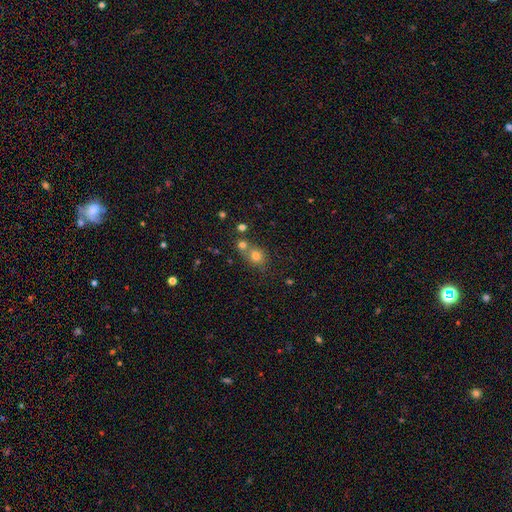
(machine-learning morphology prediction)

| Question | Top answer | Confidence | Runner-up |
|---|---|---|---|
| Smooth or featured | smooth | 73% | star or artifact (17%) |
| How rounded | round | 78% | in between (21%) |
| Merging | none | 51% | merger (36%) |